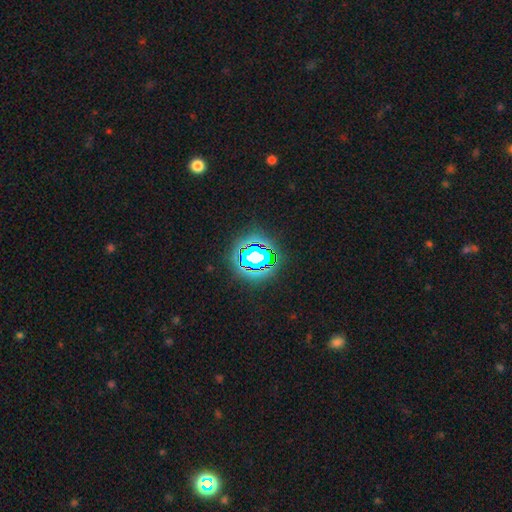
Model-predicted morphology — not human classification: type=star or artifact (65%).